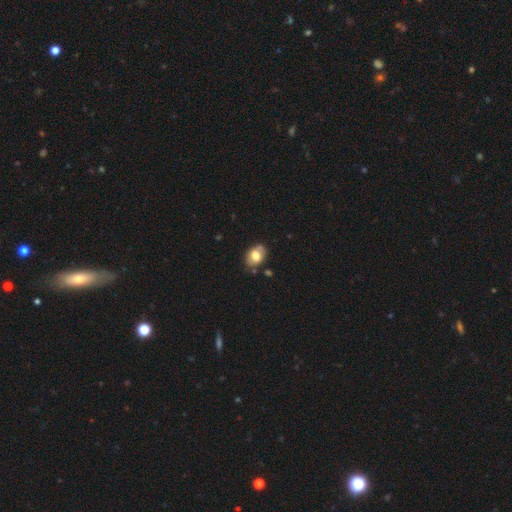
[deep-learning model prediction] Smooth or featured? Predicted: smooth (p=0.69). How rounded? Predicted: in between (p=0.68). Merging? Predicted: none (p=0.66).